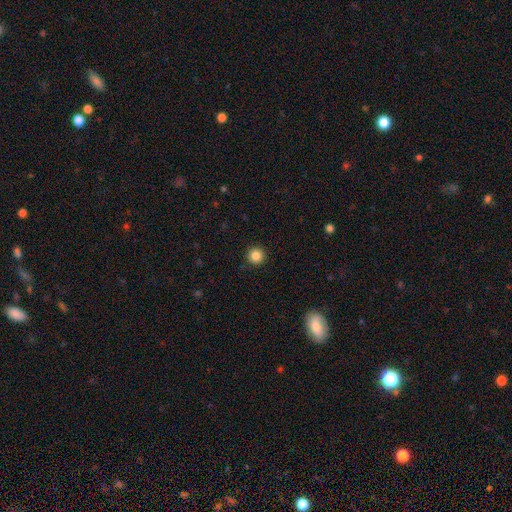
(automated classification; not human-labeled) Smooth or featured?
  - smooth: 85% *
  - star or artifact: 11%
  - featured or disk: 4%
How rounded?
  - round: 96% *
  - in between: 3%
  - cigar-shaped: 1%
Merging?
  - none: 93% *
  - minor disturbance: 5%
  - major disturbance: 2%
  - merger: 1%